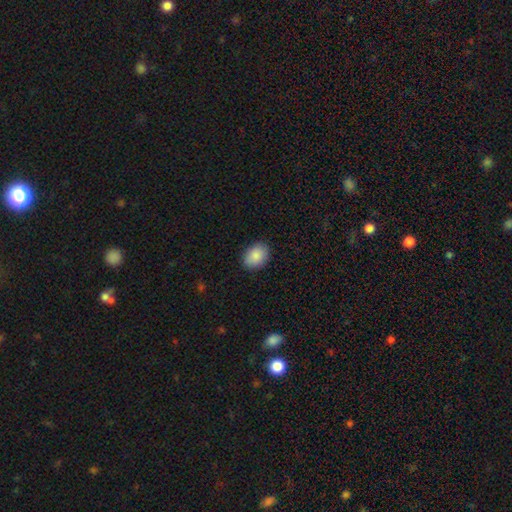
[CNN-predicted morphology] Smooth or featured? Predicted: smooth (p=0.88). How rounded? Predicted: in between (p=0.76). Merging? Predicted: none (p=0.88).